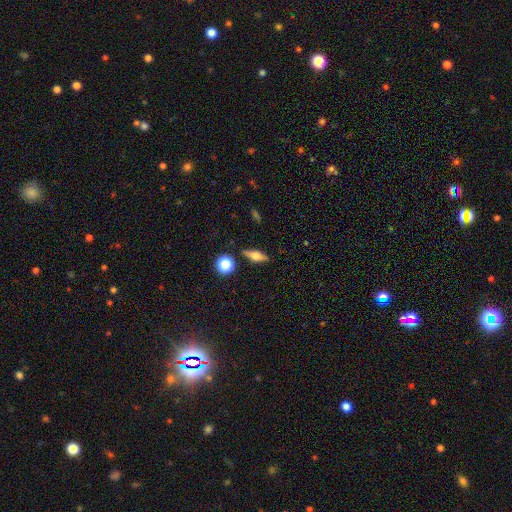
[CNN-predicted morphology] smooth-or-featured: featured or disk: 47% | smooth: 43% | star or artifact: 10%
  merging: none: 86% | minor disturbance: 9% | merger: 3% | major disturbance: 2%